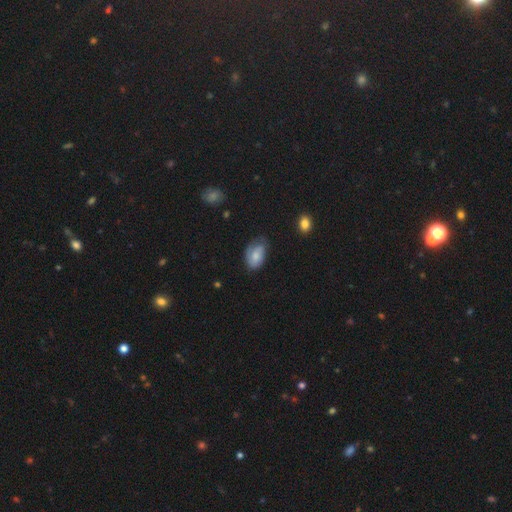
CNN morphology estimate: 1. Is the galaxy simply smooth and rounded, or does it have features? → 66% smooth, 27% featured or disk, 7% star or artifact.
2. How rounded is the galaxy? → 88% in between, 11% round, 1% cigar-shaped.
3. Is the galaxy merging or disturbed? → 53% none, 35% minor disturbance, 11% major disturbance, 2% merger.